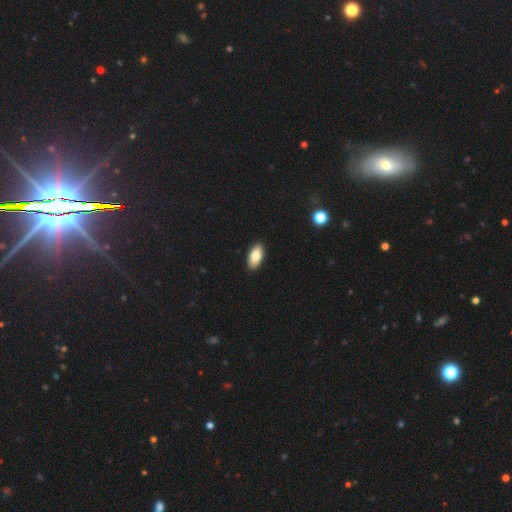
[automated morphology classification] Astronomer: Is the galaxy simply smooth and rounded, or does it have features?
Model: smooth — 83%.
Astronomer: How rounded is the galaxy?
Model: in between — 93%.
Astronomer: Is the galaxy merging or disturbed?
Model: none — 91%.